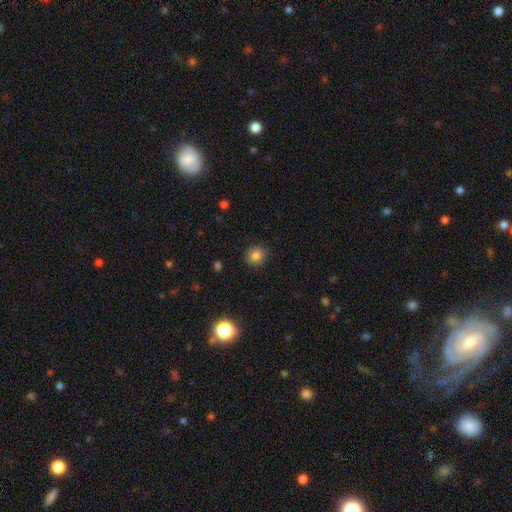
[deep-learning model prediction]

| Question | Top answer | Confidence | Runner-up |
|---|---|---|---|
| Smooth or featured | smooth | 83% | star or artifact (11%) |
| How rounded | round | 87% | in between (12%) |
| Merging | none | 89% | minor disturbance (8%) |